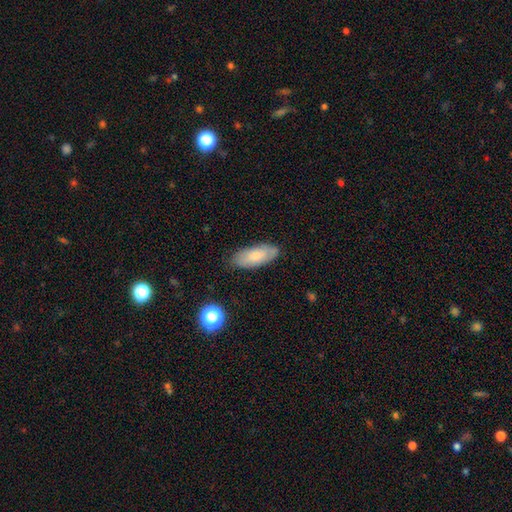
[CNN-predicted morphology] Smooth or featured? Predicted: smooth (p=0.68). How rounded? Predicted: in between (p=0.84). Merging? Predicted: none (p=0.80).